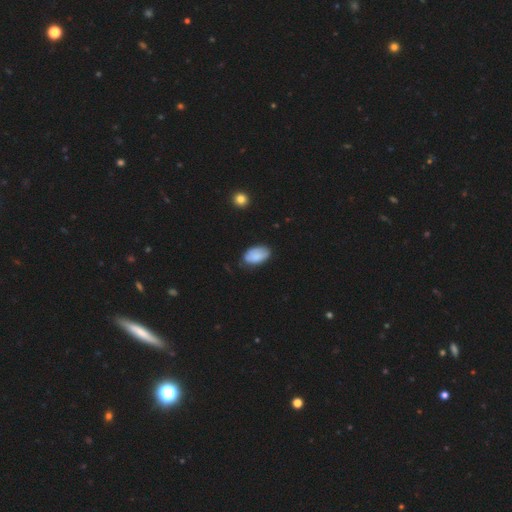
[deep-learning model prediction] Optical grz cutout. It shows a smooth galaxy with no disk features (82%) that is in between round and cigar-shaped (94%). Merging: none (66%).